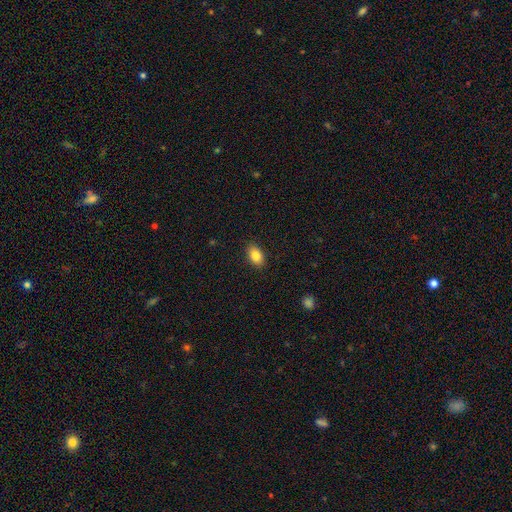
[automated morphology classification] type=smooth (85%); roundness=in between (89%); merging=none (89%).